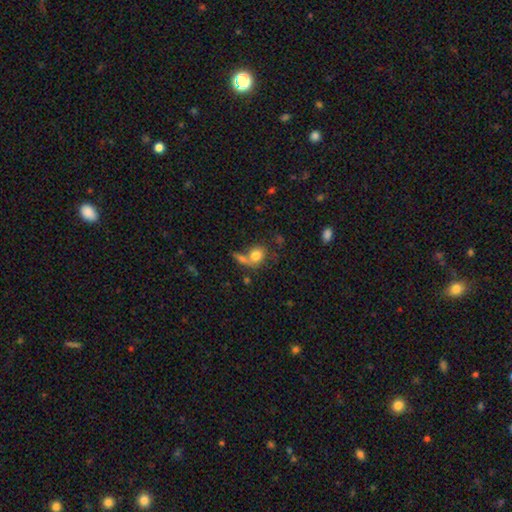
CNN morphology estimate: Smooth or featured: smooth — 77% (featured or disk — 14%)
How rounded: round — 59% (in between — 39%)
Merging: none — 40% (merger — 37%)